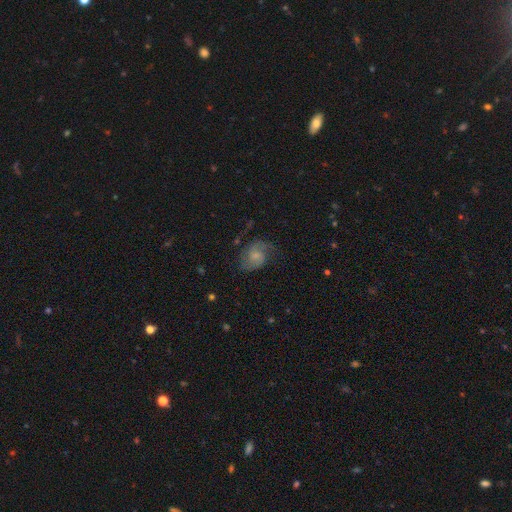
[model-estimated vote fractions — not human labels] Morphology: type=featured or disk (65%); edge-on=no (98%); bar=no (58%); spiral arms=yes (91%); winding=medium (48%); arm count=2 (80%); bulge=small (48%); merging=none (58%).